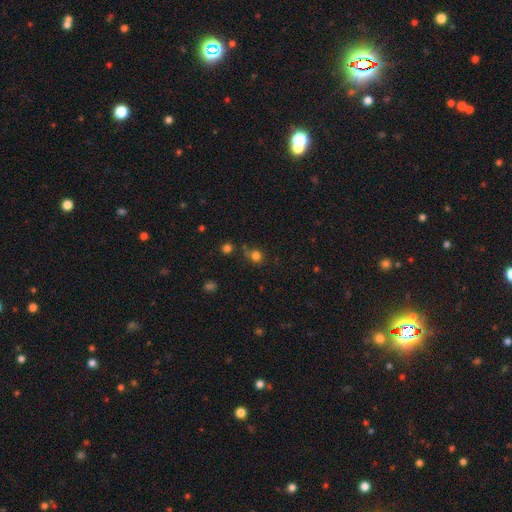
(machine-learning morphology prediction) Overall: smooth (75%). How rounded: round (83%). Merging: none (63%).